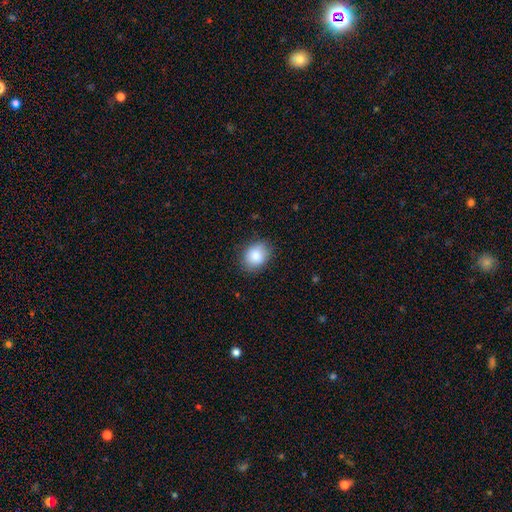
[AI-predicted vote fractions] Q: Smooth or featured?
A: smooth (86%); runner-up: star or artifact (8%)
Q: How rounded?
A: in between (53%); runner-up: round (46%)
Q: Merging?
A: none (82%); runner-up: minor disturbance (14%)